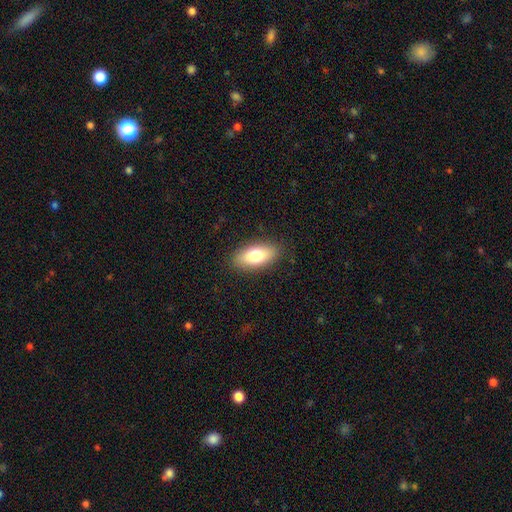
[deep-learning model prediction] Morphology: type=smooth (77%); roundness=in between (85%); merging=none (87%).